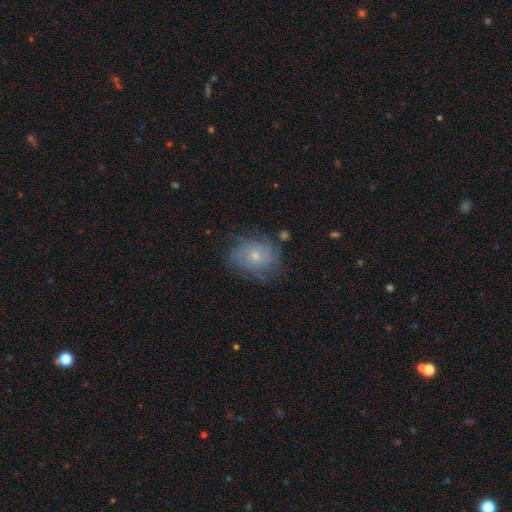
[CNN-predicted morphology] A featured or disk galaxy (62%) with no bar (84%), spiral arms (79%) and a small central bulge (67%).

Vote fractions:
- Smooth or featured? featured or disk: 62% / smooth: 28% / star or artifact: 10%
- Edge-on disk? no: 97% / yes: 3%
- Bar? no: 84% / weak: 14% / strong: 2%
- Spiral arms? yes: 79% / no: 21%
- Bulge size? small: 67% / moderate: 29% / none: 2% / large: 1% / dominant: 1%
- Merging? none: 67% / minor disturbance: 21% / major disturbance: 10% / merger: 2%